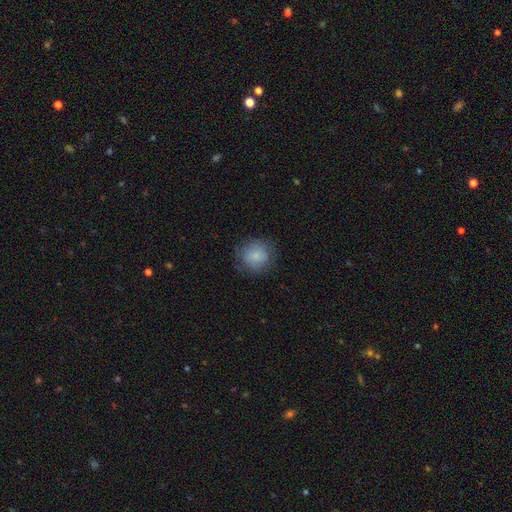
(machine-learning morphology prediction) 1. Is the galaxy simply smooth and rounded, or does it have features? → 83% smooth, 9% featured or disk, 8% star or artifact.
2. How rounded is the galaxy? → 90% round, 9% in between, 1% cigar-shaped.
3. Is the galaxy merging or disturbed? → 80% none, 14% minor disturbance, 5% major disturbance, 1% merger.